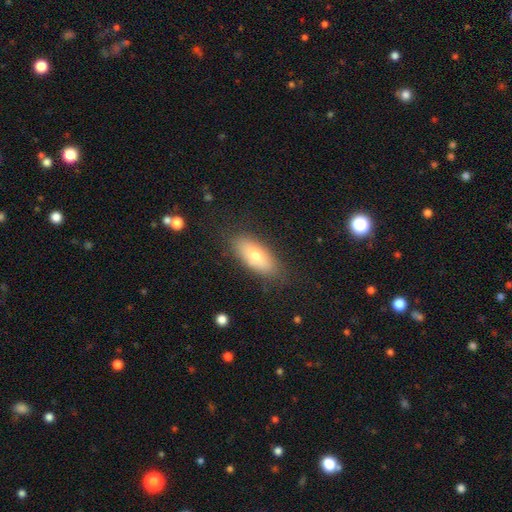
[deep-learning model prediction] A smooth galaxy with no disk features (70%) that is in between round and cigar-shaped (80%). Merging: none (82%).